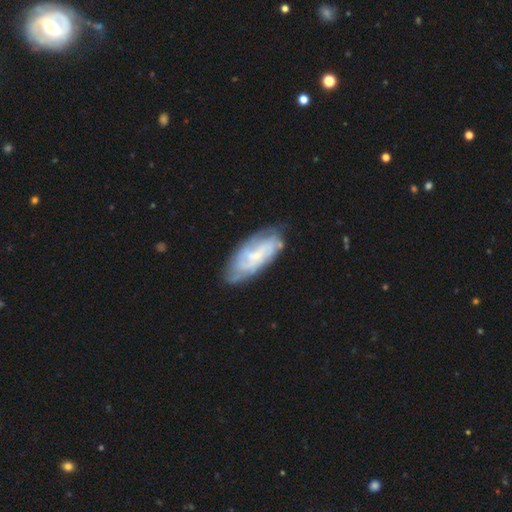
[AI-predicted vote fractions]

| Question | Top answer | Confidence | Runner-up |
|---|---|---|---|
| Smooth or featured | featured or disk | 68% | smooth (25%) |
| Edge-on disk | no | 90% | yes (10%) |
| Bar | no | 54% | weak (36%) |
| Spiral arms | yes | 86% | no (14%) |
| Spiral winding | tight | 54% | medium (33%) |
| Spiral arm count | can't tell | 49% | 2 (20%) |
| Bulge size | small | 65% | moderate (23%) |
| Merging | none | 72% | minor disturbance (21%) |